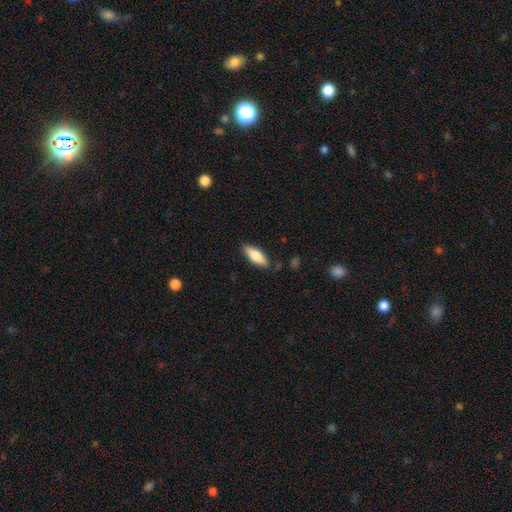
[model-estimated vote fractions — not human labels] A smooth galaxy with no disk features (79%) that is in between round and cigar-shaped (67%).

Vote fractions:
- Smooth or featured? smooth: 79% / featured or disk: 15% / star or artifact: 6%
- How rounded? in between: 67% / cigar-shaped: 31% / round: 2%
- Merging? none: 82% / minor disturbance: 14% / major disturbance: 3% / merger: 2%